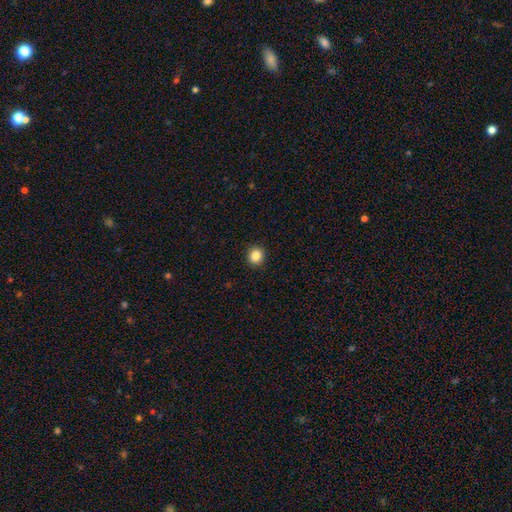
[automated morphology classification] Smooth or featured? smooth (85%)
How rounded? round (88%)
Merging? none (92%)